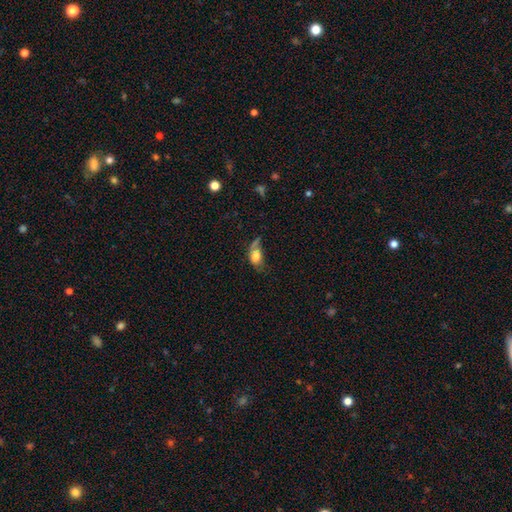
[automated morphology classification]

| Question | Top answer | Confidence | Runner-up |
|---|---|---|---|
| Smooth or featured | smooth | 67% | featured or disk (24%) |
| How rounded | in between | 85% | round (11%) |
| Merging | major disturbance | 40% | minor disturbance (28%) |